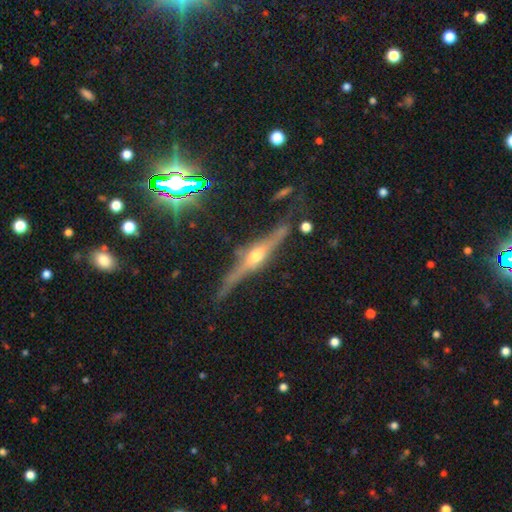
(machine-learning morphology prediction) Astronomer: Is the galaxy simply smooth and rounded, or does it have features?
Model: featured or disk — 80%.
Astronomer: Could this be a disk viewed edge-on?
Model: yes — 97%.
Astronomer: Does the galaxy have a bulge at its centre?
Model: rounded — 91%.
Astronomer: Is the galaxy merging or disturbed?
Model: none — 81%.